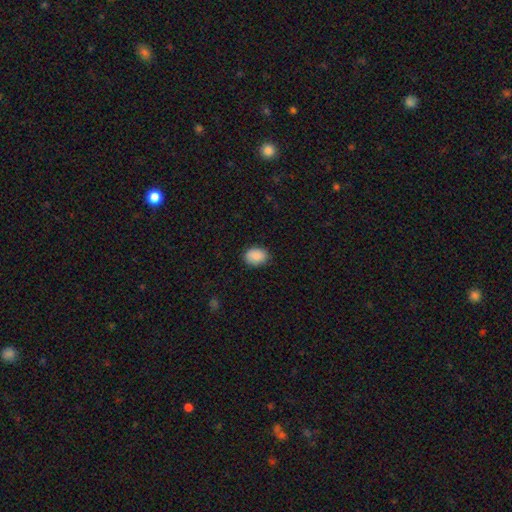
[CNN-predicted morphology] Smooth or featured: smooth — 89% (star or artifact — 7%)
How rounded: in between — 69% (round — 30%)
Merging: none — 84% (minor disturbance — 13%)